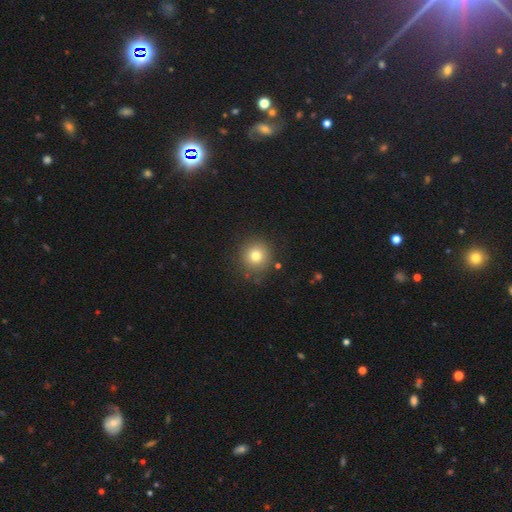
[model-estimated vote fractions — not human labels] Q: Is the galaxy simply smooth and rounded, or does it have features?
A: smooth — 78%.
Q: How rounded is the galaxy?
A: round — 93%.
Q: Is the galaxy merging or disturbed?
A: none — 85%.